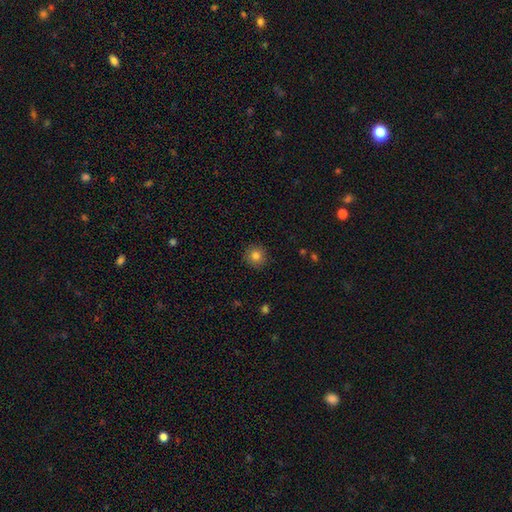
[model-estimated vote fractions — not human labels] Q: Smooth or featured?
A: smooth (82%); runner-up: star or artifact (11%)
Q: How rounded?
A: round (93%); runner-up: in between (6%)
Q: Merging?
A: none (90%); runner-up: minor disturbance (7%)